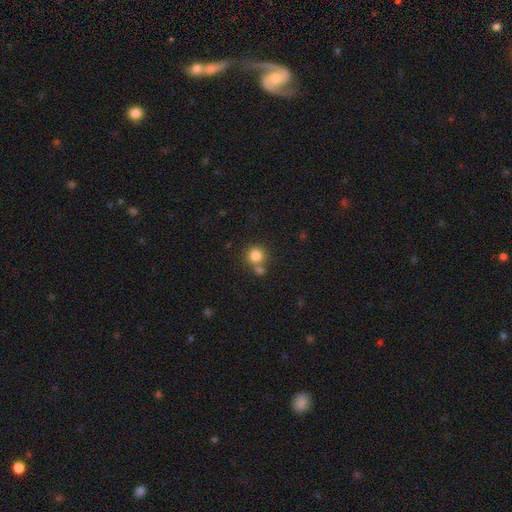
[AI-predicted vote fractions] smooth_or_featured: smooth (p=0.82) [alt: star or artifact p=0.11]
how_rounded: round (p=0.92) [alt: in between p=0.07]
merging: none (p=0.62) [alt: merger p=0.26]